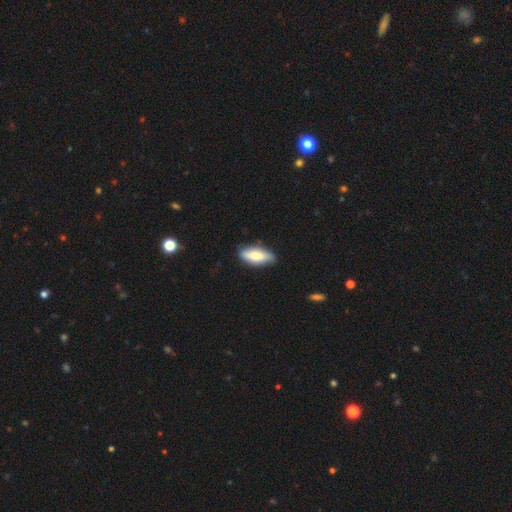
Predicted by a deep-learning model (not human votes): smooth_or_featured: smooth (p=0.71) [alt: featured or disk p=0.23]
how_rounded: in between (p=0.76) [alt: cigar-shaped p=0.22]
merging: none (p=0.81) [alt: minor disturbance p=0.15]